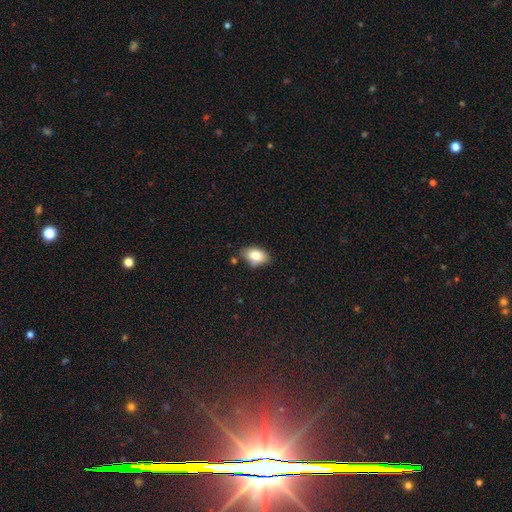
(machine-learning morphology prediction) A smooth galaxy with no disk features (82%) that is in between round and cigar-shaped (88%).

Vote fractions:
- Smooth or featured? smooth: 82% / featured or disk: 10% / star or artifact: 8%
- How rounded? in between: 88% / round: 10% / cigar-shaped: 2%
- Merging? none: 70% / minor disturbance: 21% / merger: 5% / major disturbance: 4%